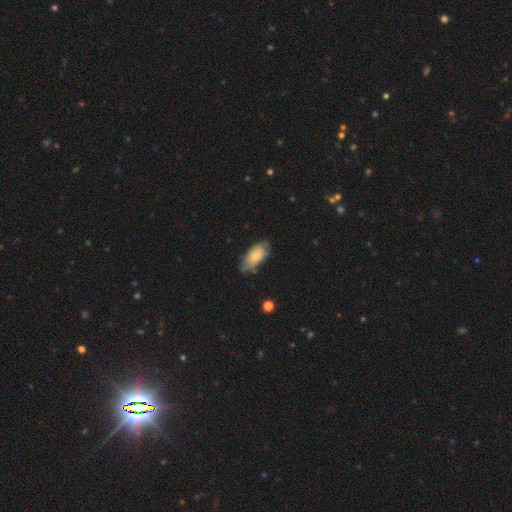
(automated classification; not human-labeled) smooth-or-featured: smooth: 69% | featured or disk: 24% | star or artifact: 7%
  how-rounded: in between: 88% | cigar-shaped: 9% | round: 2%
  merging: none: 59% | minor disturbance: 32% | major disturbance: 7% | merger: 2%